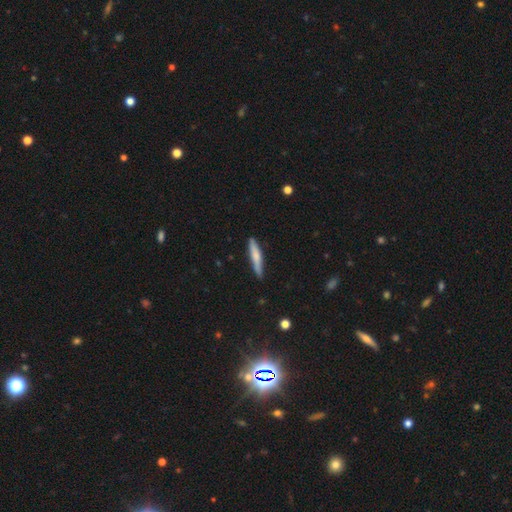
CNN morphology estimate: This appears to be a smooth galaxy with no disk features (62%) that is cigar-shaped (91%). Merging: none (86%).